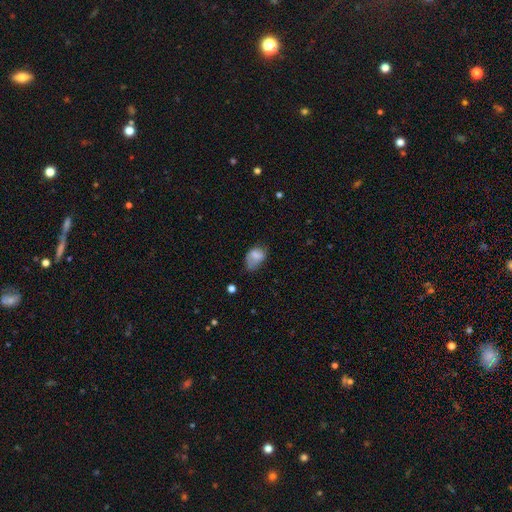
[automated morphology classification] Overall: smooth (71%). How rounded: in between (82%). Merging: minor disturbance (38%; none 34%).